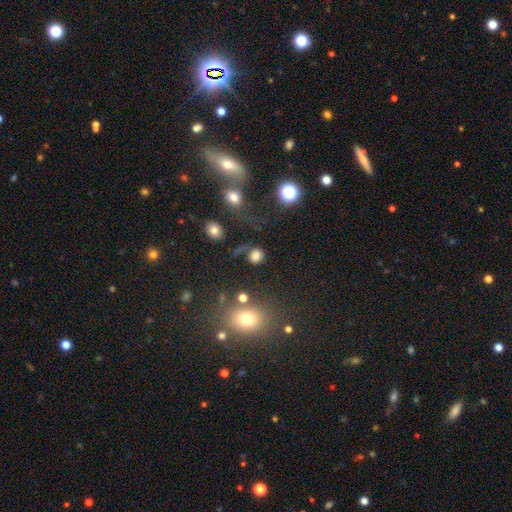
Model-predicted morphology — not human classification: Smooth or featured: smooth — 77% (star or artifact — 14%)
How rounded: round — 75% (in between — 24%)
Merging: none — 57% (major disturbance — 17%)